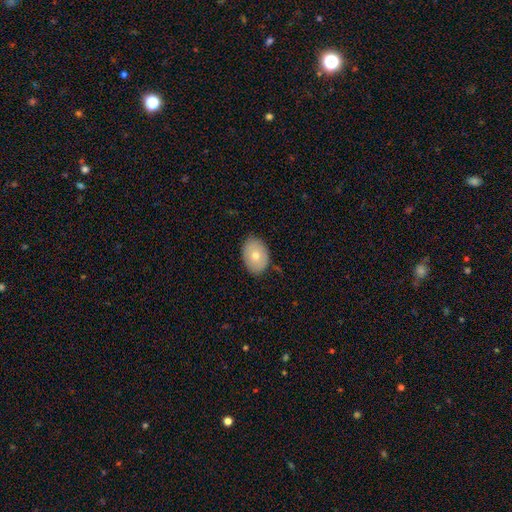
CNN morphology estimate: Overall: smooth (71%). How rounded: in between (78%). Merging: none (83%).